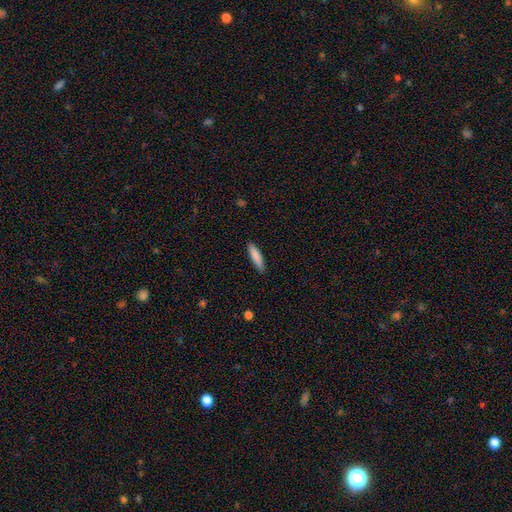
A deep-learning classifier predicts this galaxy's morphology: Smooth or featured?
  - smooth: 84% *
  - featured or disk: 10%
  - star or artifact: 6%
How rounded?
  - cigar-shaped: 79% *
  - in between: 19%
  - round: 1%
Merging?
  - none: 87% *
  - minor disturbance: 10%
  - major disturbance: 2%
  - merger: 1%